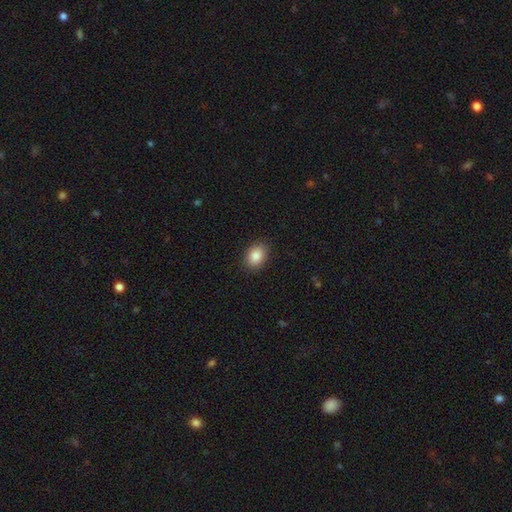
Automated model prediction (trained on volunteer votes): A smooth galaxy with no disk features (87%) that is in between round and cigar-shaped (70%). Merging: none (88%).